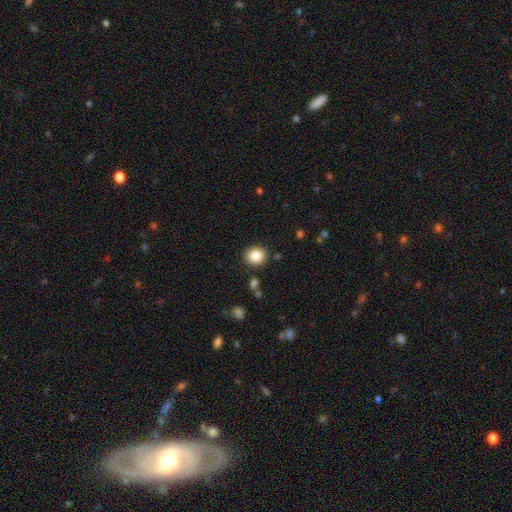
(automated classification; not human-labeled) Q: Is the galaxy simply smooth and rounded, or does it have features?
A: smooth — 85%.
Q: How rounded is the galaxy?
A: round — 80%.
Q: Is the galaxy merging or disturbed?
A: none — 88%.